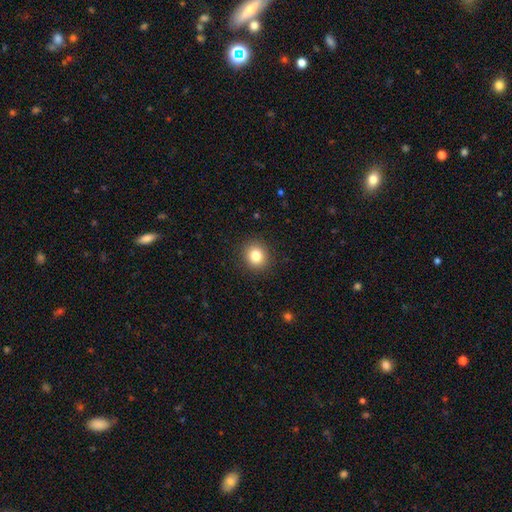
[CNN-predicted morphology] Smooth or featured? Predicted: smooth (p=0.82). How rounded? Predicted: round (p=0.83). Merging? Predicted: none (p=0.91).